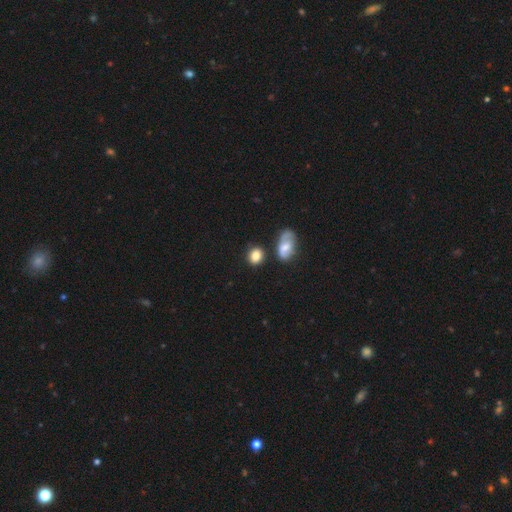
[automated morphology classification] This appears to be a smooth galaxy with no disk features (83%) that is round (62%). Merging: none (74%).